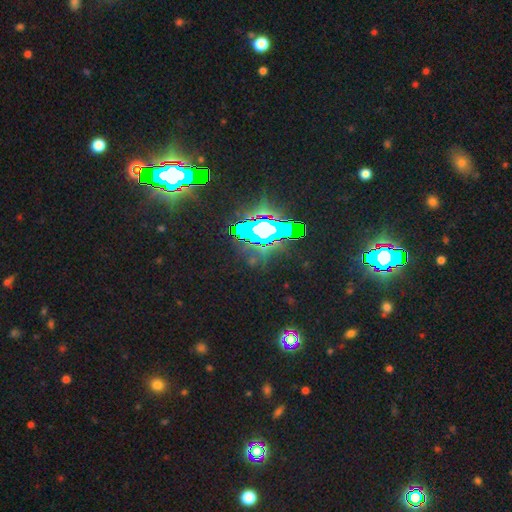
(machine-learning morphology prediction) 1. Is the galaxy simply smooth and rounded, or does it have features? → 81% star or artifact, 10% smooth, 9% featured or disk.